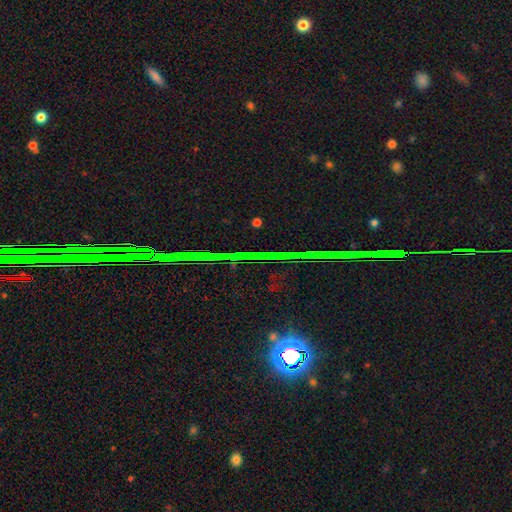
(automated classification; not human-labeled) Q: Smooth or featured?
A: star or artifact (83%); runner-up: featured or disk (9%)